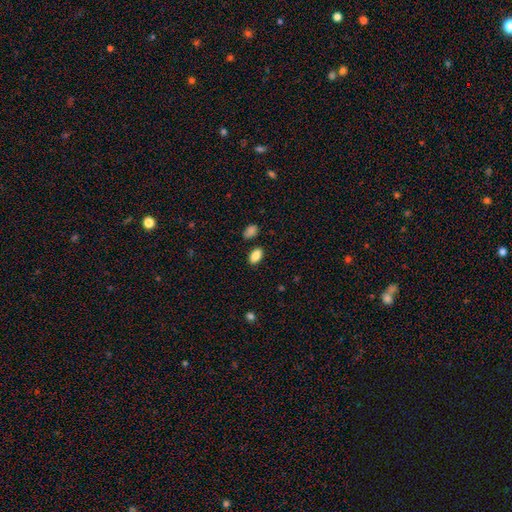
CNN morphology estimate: A smooth galaxy with no disk features (87%) that is in between round and cigar-shaped (90%).

Vote fractions:
- Smooth or featured? smooth: 87% / star or artifact: 8% / featured or disk: 5%
- How rounded? in between: 90% / round: 8% / cigar-shaped: 2%
- Merging? none: 85% / minor disturbance: 9% / merger: 3% / major disturbance: 2%